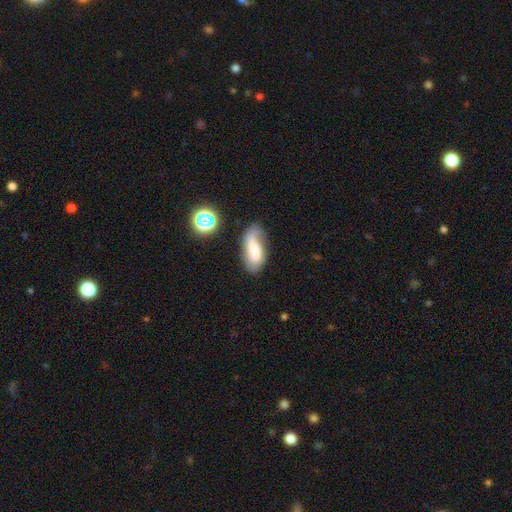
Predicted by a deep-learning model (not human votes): A smooth galaxy with no disk features (60%) that is in between round and cigar-shaped (84%). Merging: none (46%).